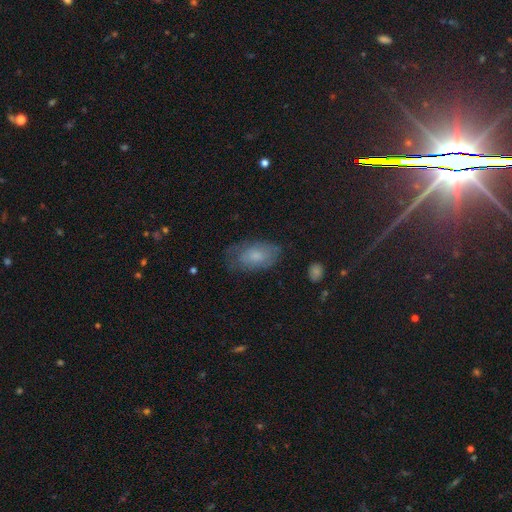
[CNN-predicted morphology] A smooth galaxy with no disk features (60%) that is in between round and cigar-shaped (91%). Merging: none (62%).